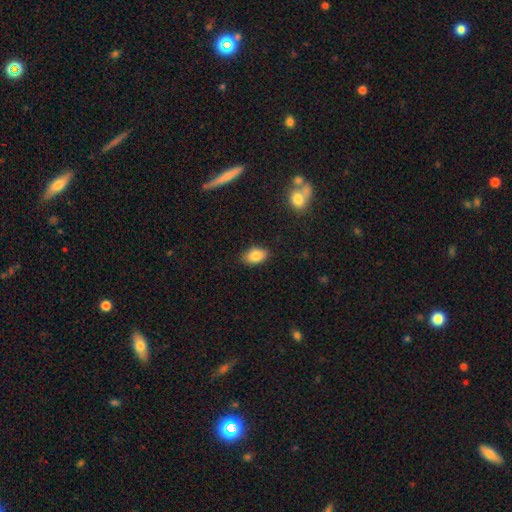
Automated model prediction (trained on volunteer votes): Smooth or featured: smooth — 85% (star or artifact — 8%)
How rounded: in between — 87% (round — 11%)
Merging: none — 85% (minor disturbance — 11%)